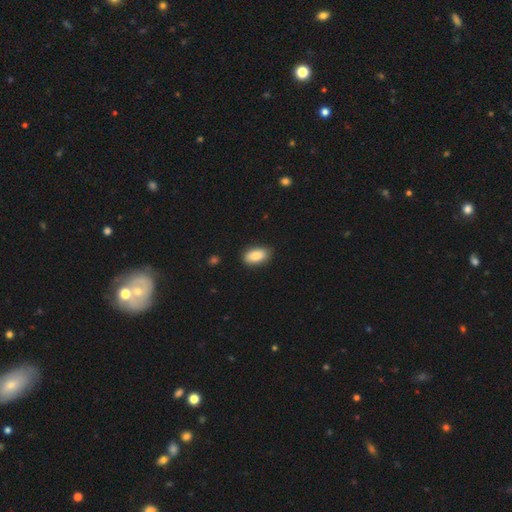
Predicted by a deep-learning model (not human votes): smooth 86%, featured or disk 8%, star or artifact 7%. Down the decision tree: how rounded — in between (92%); merging — none (88%).